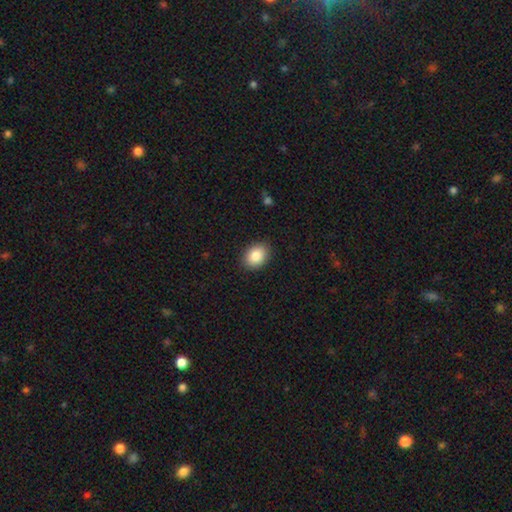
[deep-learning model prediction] Smooth or featured: smooth — 86% (star or artifact — 7%)
How rounded: in between — 74% (round — 25%)
Merging: none — 88% (minor disturbance — 9%)